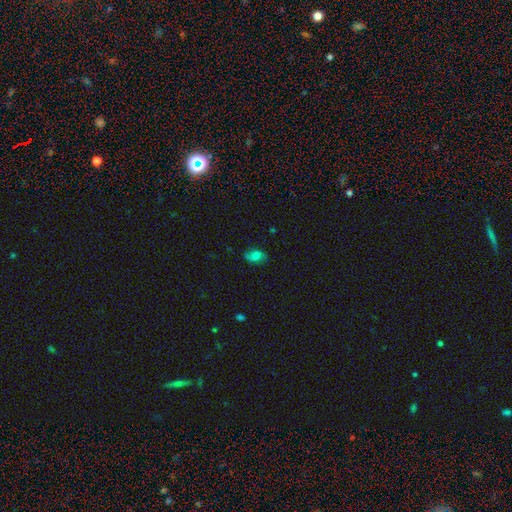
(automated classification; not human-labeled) Overall: smooth (63%; featured or disk 24%). How rounded: in between (81%). Merging: none (76%).